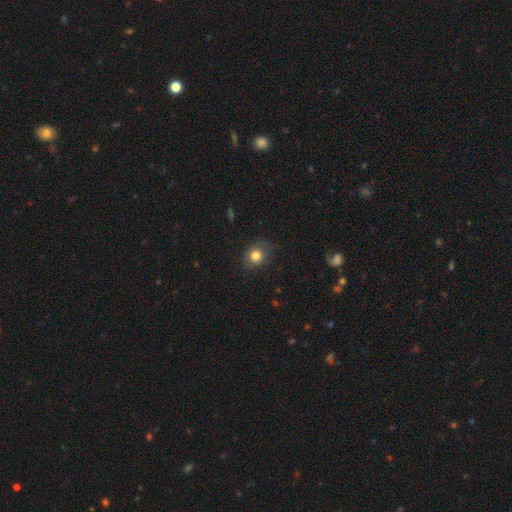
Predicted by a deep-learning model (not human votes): smooth-or-featured: smooth: 80% | star or artifact: 11% | featured or disk: 9%
  how-rounded: round: 61% | in between: 38% | cigar-shaped: 1%
  merging: none: 76% | minor disturbance: 18% | major disturbance: 5% | merger: 1%